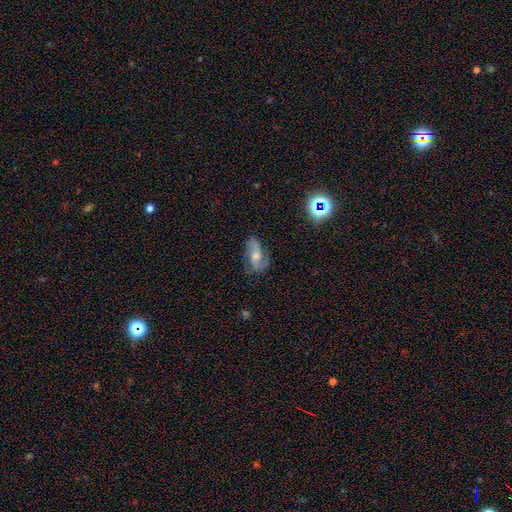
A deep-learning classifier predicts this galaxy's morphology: featured or disk 74%, smooth 15%, star or artifact 11%. Down the decision tree: edge-on disk — no (96%); bar — no (47%); spiral arms — yes (94%); spiral arm count — 2 (82%); spiral winding — medium (45%); bulge size — moderate (58%); merging — none (69%).